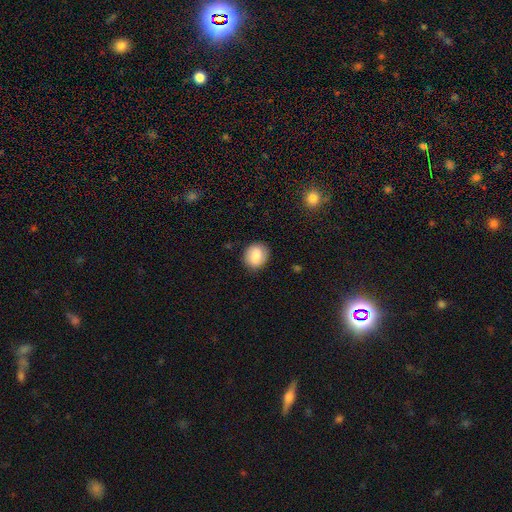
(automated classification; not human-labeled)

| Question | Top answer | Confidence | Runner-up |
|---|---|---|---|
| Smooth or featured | smooth | 77% | featured or disk (15%) |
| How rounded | round | 63% | in between (36%) |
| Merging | none | 86% | minor disturbance (10%) |